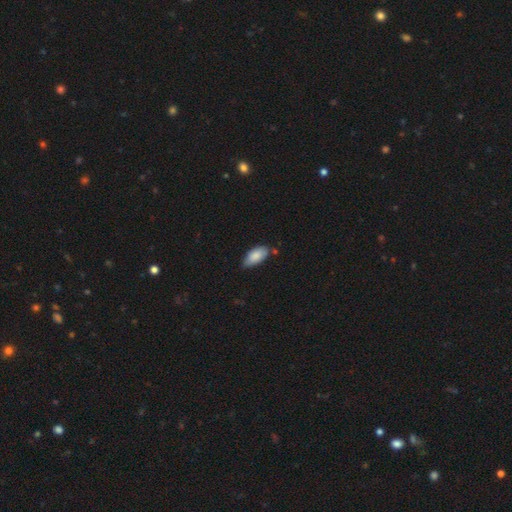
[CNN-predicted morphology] A smooth galaxy with no disk features (83%) that is in between round and cigar-shaped (92%). Merging: none (61%).